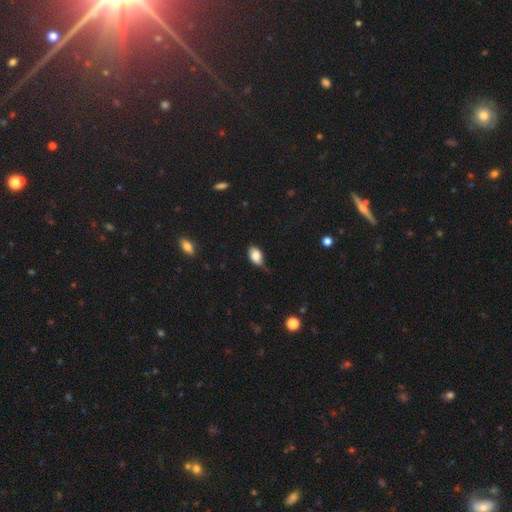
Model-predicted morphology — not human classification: Smooth or featured: smooth — 78% (featured or disk — 14%)
How rounded: in between — 89% (round — 9%)
Merging: none — 47% (minor disturbance — 40%)